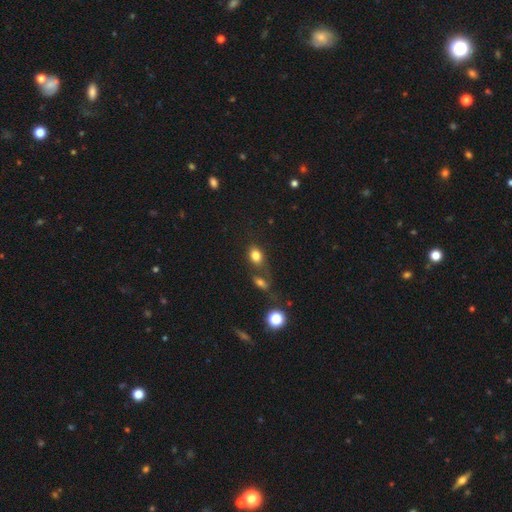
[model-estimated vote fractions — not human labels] This is likely a smooth galaxy (80%). How rounded: likely in between (70%). Merging: possibly none (53%).